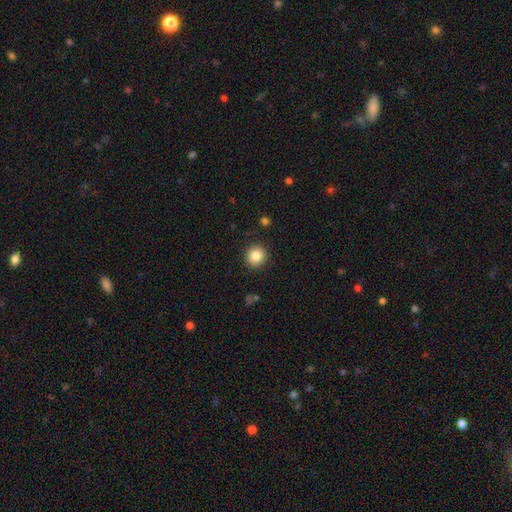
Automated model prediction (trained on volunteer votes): This is clearly a smooth galaxy (85%). How rounded: clearly round (91%). Merging: clearly none (90%).